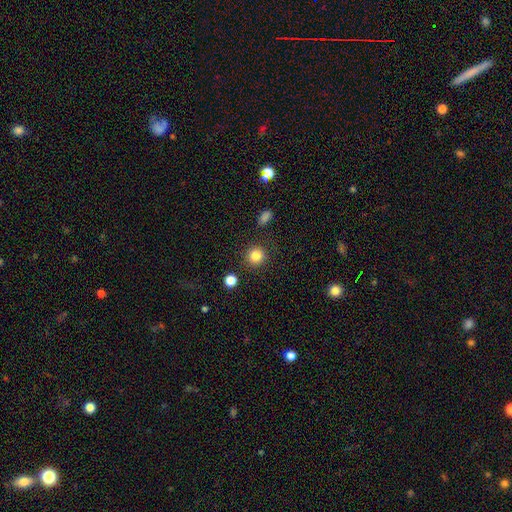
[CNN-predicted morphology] Overall: smooth (84%). How rounded: round (93%). Merging: none (89%).